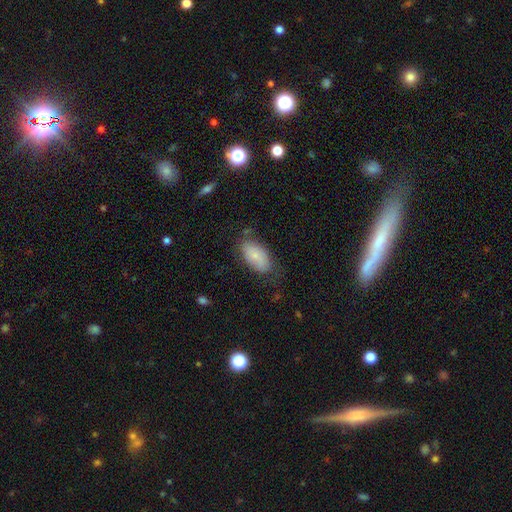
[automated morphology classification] This is likely a smooth galaxy (75%). How rounded: clearly in between (94%). Merging: likely none (64%).